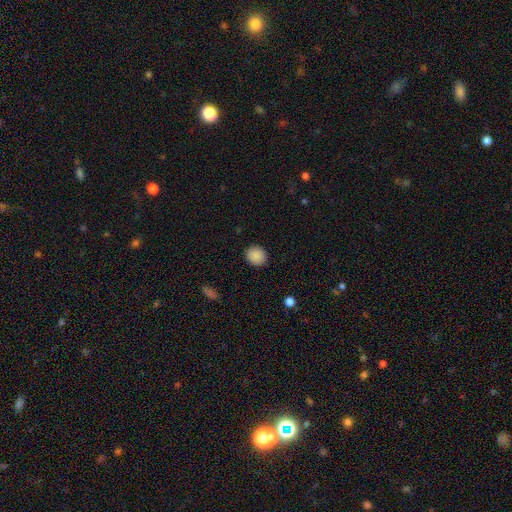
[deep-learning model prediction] Overall: smooth (89%). How rounded: round (80%). Merging: none (91%).